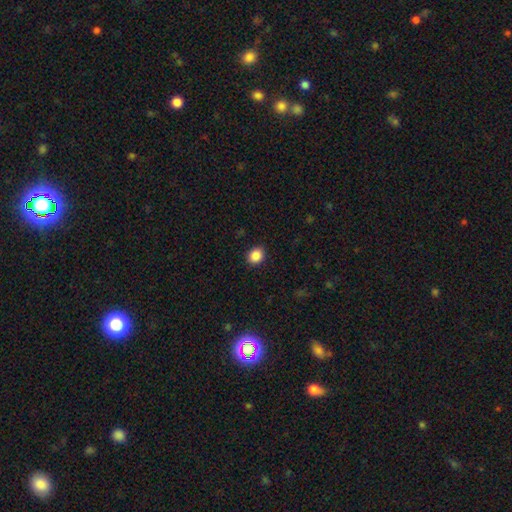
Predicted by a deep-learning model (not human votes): Smooth or featured: smooth — 88% (star or artifact — 9%)
How rounded: round — 64% (in between — 35%)
Merging: none — 90% (minor disturbance — 7%)